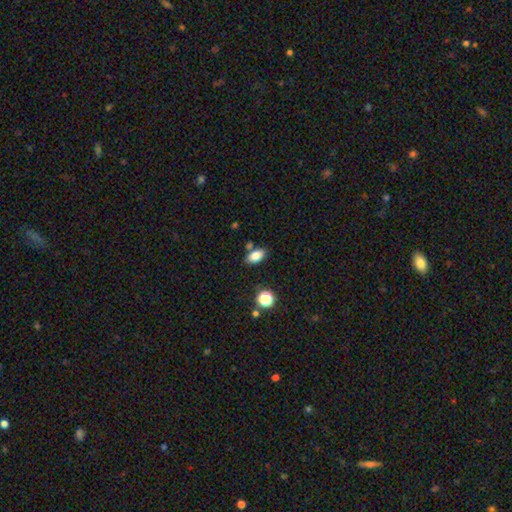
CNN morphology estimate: smooth_or_featured: smooth (p=0.82) [alt: star or artifact p=0.10]
how_rounded: in between (p=0.89) [alt: round p=0.07]
merging: none (p=0.76) [alt: minor disturbance p=0.11]